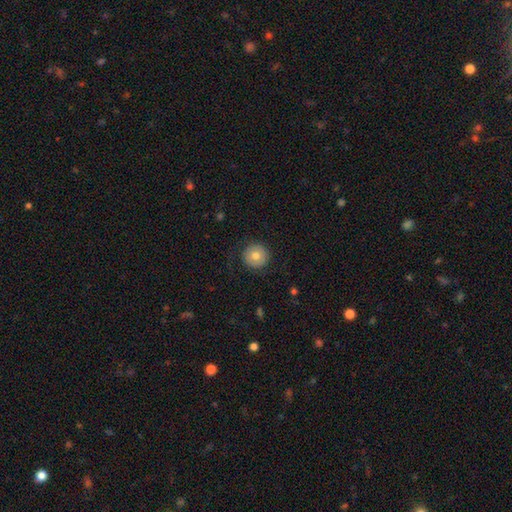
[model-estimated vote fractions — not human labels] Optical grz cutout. It shows a smooth galaxy with no disk features (74%) that is round (95%). Merging: none (85%).